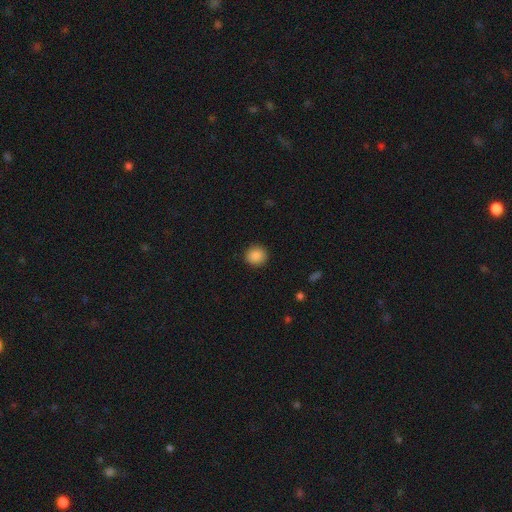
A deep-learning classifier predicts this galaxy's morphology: smooth-or-featured: smooth: 87% | star or artifact: 9% | featured or disk: 4%
  how-rounded: round: 91% | in between: 8% | cigar-shaped: 1%
  merging: none: 92% | minor disturbance: 6% | major disturbance: 2% | merger: 1%